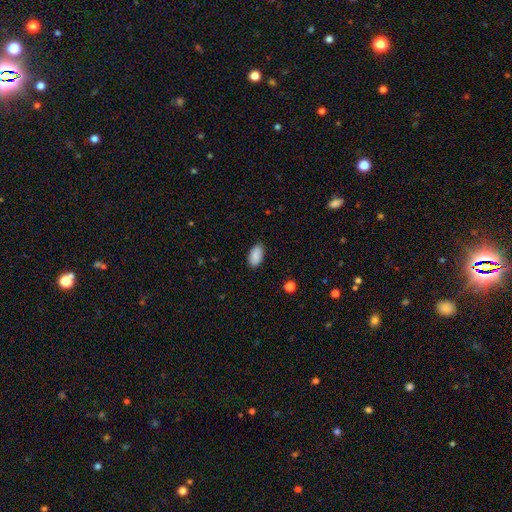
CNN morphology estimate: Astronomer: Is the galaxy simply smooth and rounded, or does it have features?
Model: smooth — 90%.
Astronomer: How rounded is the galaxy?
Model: in between — 95%.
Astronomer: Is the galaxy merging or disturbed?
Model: none — 86%.